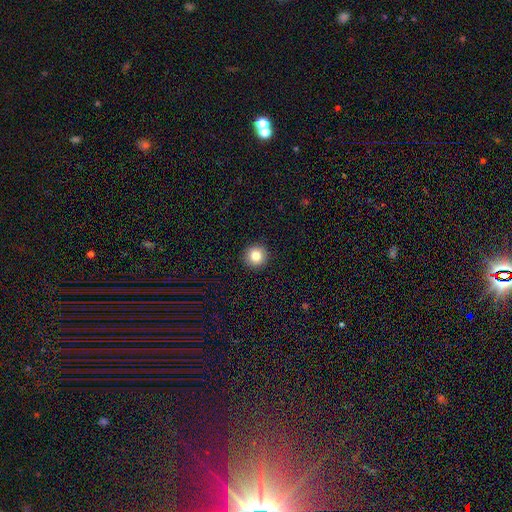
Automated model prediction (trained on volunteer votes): This appears to be a smooth galaxy with no disk features (83%) that is round (96%). Merging: none (93%).